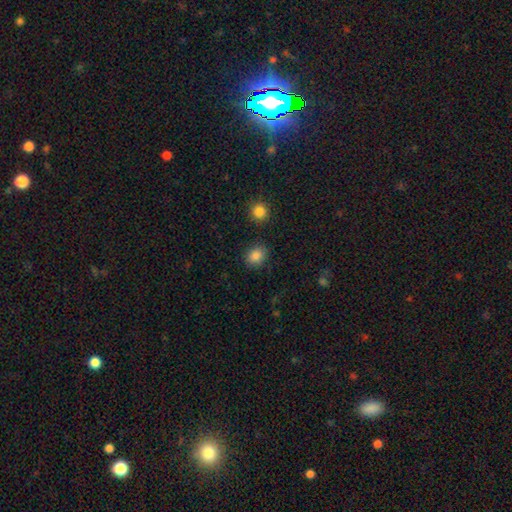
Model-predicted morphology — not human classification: The model was most divided on "how rounded": round: 54%, in between: 45%, cigar-shaped: 1%. More confident: smooth or featured — smooth (86%); merging — none (85%).